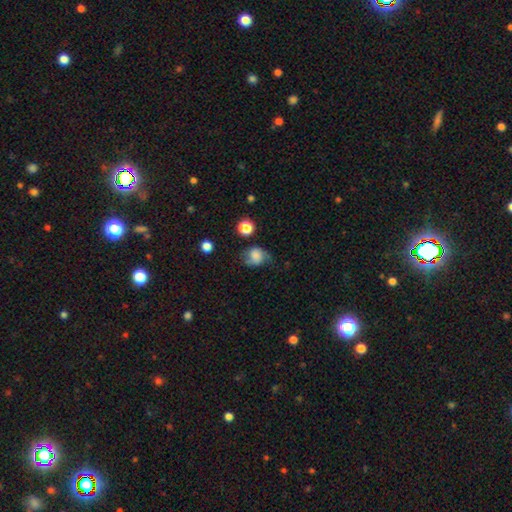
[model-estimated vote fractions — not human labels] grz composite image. It shows a smooth galaxy with no disk features (66%) that is round (59%). Merging: none (50%).